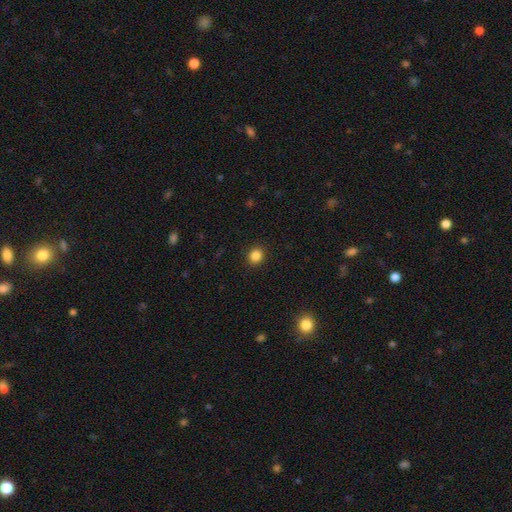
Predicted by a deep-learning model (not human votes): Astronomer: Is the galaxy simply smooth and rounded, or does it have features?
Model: smooth — 85%.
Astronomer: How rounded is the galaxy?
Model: round — 79%.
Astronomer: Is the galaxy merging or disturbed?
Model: none — 91%.